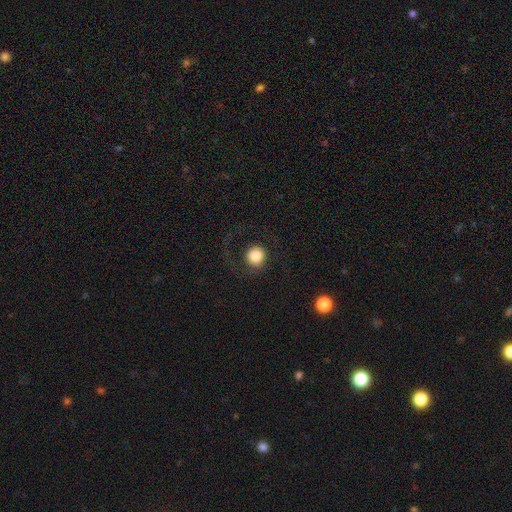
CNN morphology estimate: The model was most divided on "merging": none: 77%, major disturbance: 13%, minor disturbance: 9%, merger: 1%. More confident: how rounded — round (93%); smooth or featured — smooth (80%).